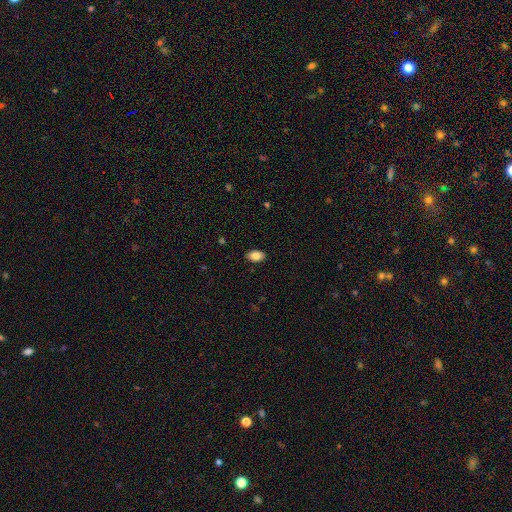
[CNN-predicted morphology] Smooth or featured? Predicted: smooth (p=0.85). How rounded? Predicted: in between (p=0.90). Merging? Predicted: none (p=0.89).